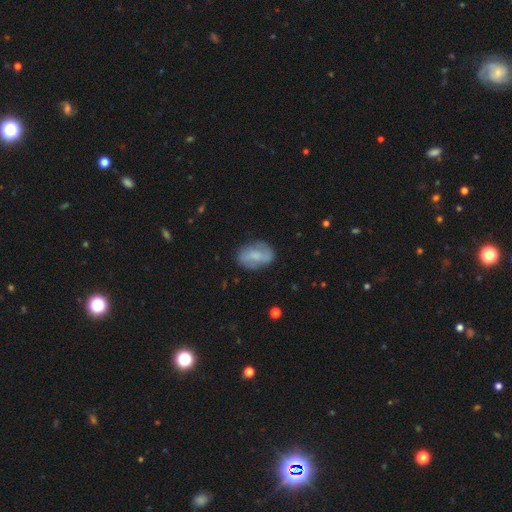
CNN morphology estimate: Overall: smooth (54%; featured or disk 38%). How rounded: in between (84%). Merging: none (73%).